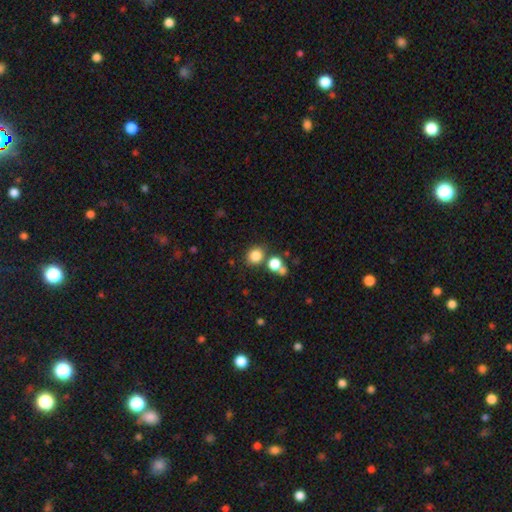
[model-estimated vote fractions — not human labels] Morphology: type=smooth (82%); roundness=round (81%); merging=none (74%).